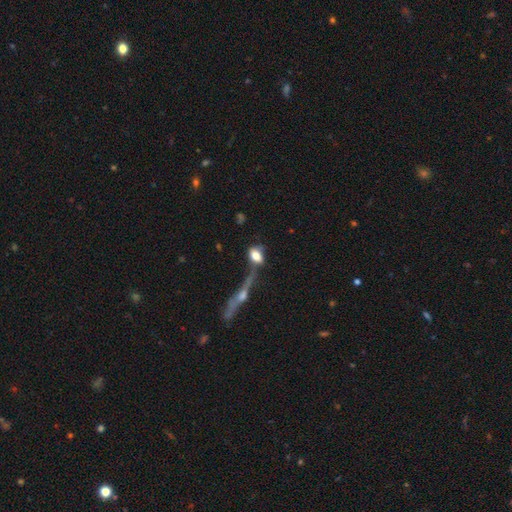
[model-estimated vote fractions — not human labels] This is likely a smooth galaxy (66%). How rounded: likely in between (77%). Merging: marginally none (36%).